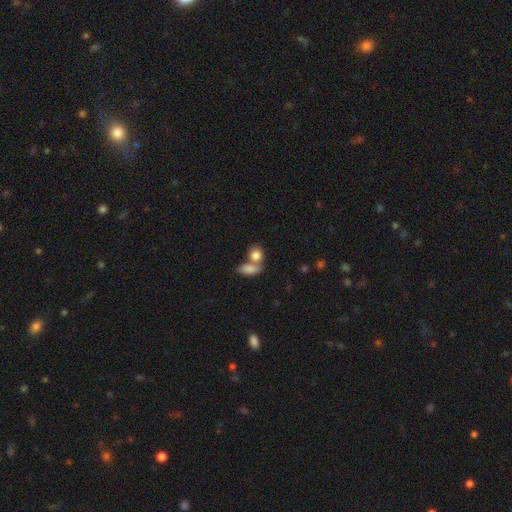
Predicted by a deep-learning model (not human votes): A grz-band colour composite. It shows a smooth galaxy with no disk features (84%) that is in between round and cigar-shaped (55%). Merging: merger (50%).